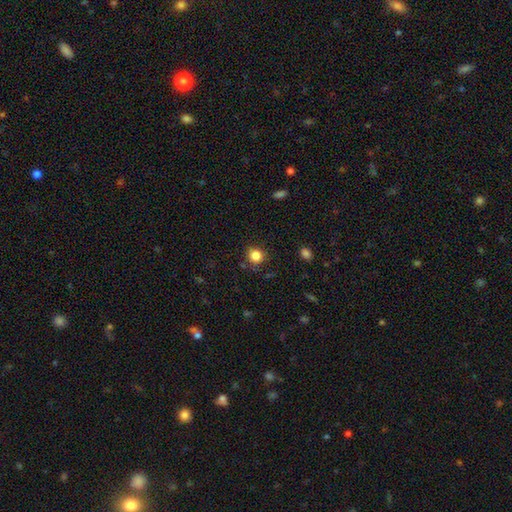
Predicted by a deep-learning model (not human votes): A smooth galaxy with no disk features (83%) that is round (87%). Merging: none (83%).